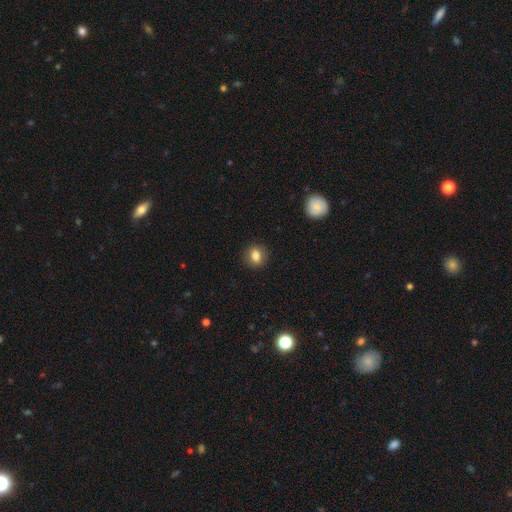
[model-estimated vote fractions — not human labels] smooth 81%, star or artifact 10%, featured or disk 9%. Down the decision tree: how rounded — round (66%); merging — none (89%).